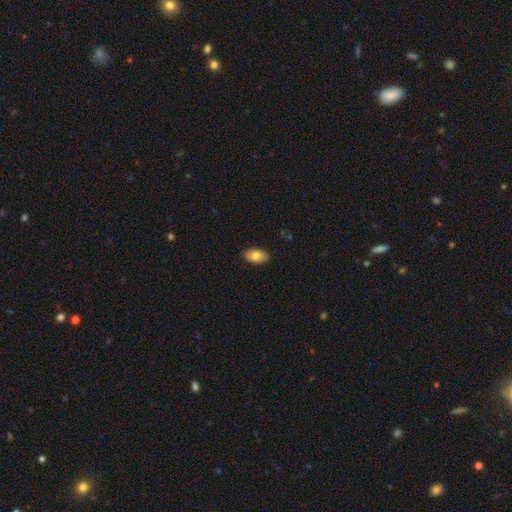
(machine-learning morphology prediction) smooth 78%, featured or disk 15%, star or artifact 7%. Down the decision tree: how rounded — in between (93%); merging — none (87%).